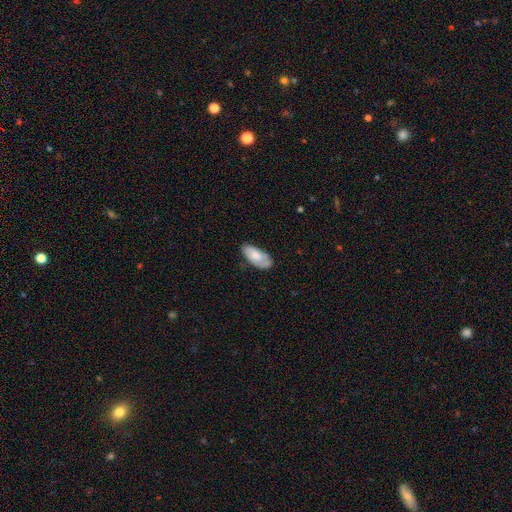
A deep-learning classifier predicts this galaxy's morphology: Smooth or featured? Predicted: smooth (p=0.69). How rounded? Predicted: in between (p=0.91). Merging? Predicted: none (p=0.68).